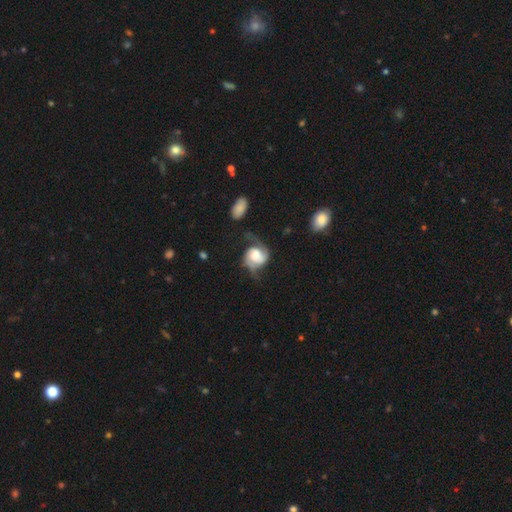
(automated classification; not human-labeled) Smooth or featured: featured or disk — 70% (smooth — 23%)
Edge-on disk: no — 98% (yes — 2%)
Bar: no — 61% (weak — 31%)
Spiral arms: yes — 90% (no — 10%)
Spiral winding: medium — 41% (loose — 39%)
Spiral arm count: 2 — 83% (1 — 9%)
Bulge size: large — 39% (moderate — 23%)
Merging: none — 42% (major disturbance — 28%)